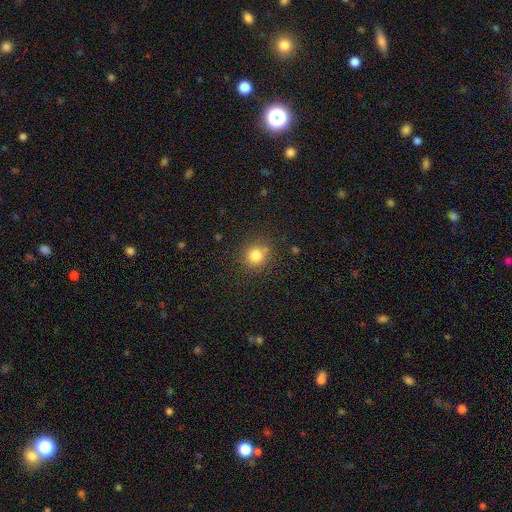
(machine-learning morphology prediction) Smooth or featured? smooth (80%)
How rounded? round (88%)
Merging? none (80%)